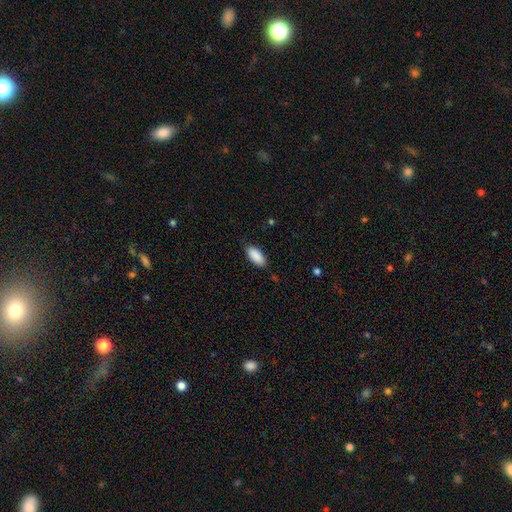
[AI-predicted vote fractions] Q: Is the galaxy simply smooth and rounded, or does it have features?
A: smooth — 90%.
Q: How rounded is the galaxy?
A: in between — 90%.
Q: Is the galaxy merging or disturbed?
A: none — 84%.